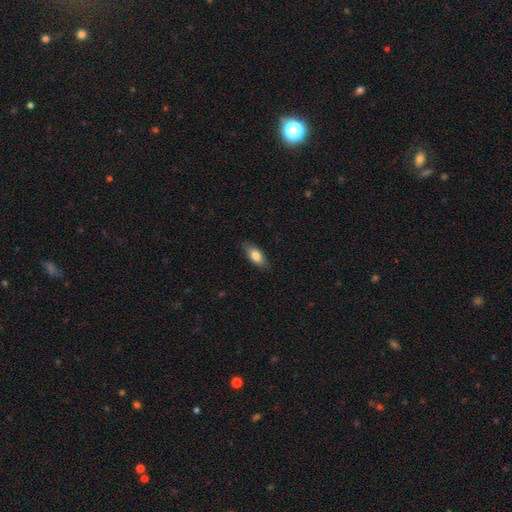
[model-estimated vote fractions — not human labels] A smooth galaxy with no disk features (77%) that is in between round and cigar-shaped (80%).

Vote fractions:
- Smooth or featured? smooth: 77% / featured or disk: 16% / star or artifact: 7%
- How rounded? in between: 80% / cigar-shaped: 17% / round: 3%
- Merging? none: 82% / minor disturbance: 14% / major disturbance: 3% / merger: 1%